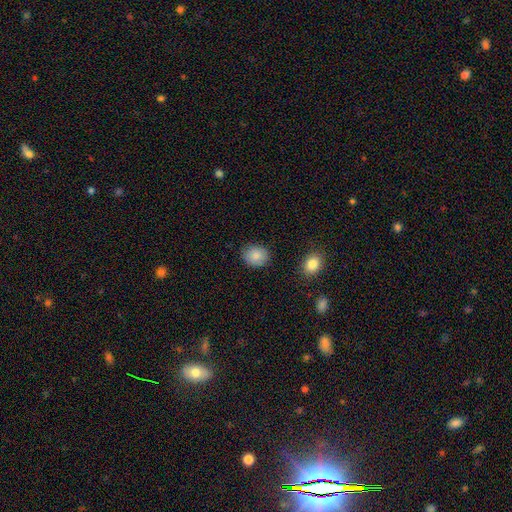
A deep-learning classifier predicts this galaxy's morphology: Q: Smooth or featured?
A: smooth (86%); runner-up: star or artifact (8%)
Q: How rounded?
A: round (62%); runner-up: in between (37%)
Q: Merging?
A: none (83%); runner-up: minor disturbance (13%)